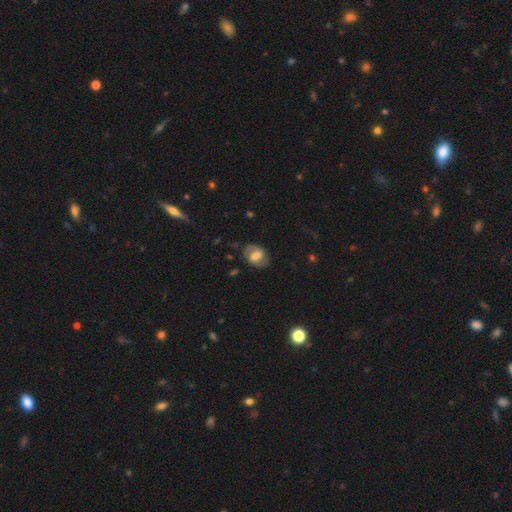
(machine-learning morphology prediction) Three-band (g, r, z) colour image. It shows a smooth galaxy with no disk features (47%). Merging: none (74%).